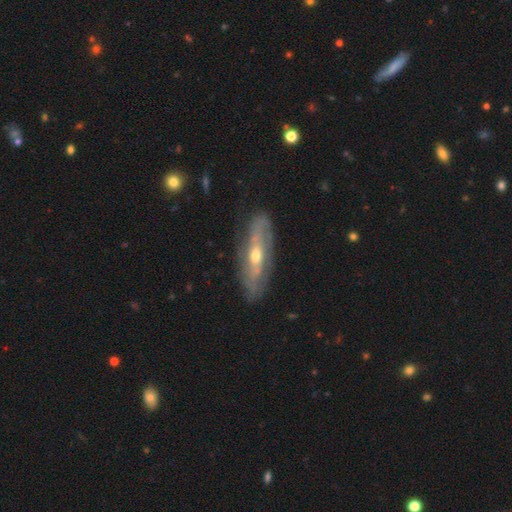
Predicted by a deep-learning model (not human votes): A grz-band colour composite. It shows a featured or disk galaxy (72%) with no bar (59%), spiral arms (68%) and a moderate central bulge (63%). Merging: none (76%).